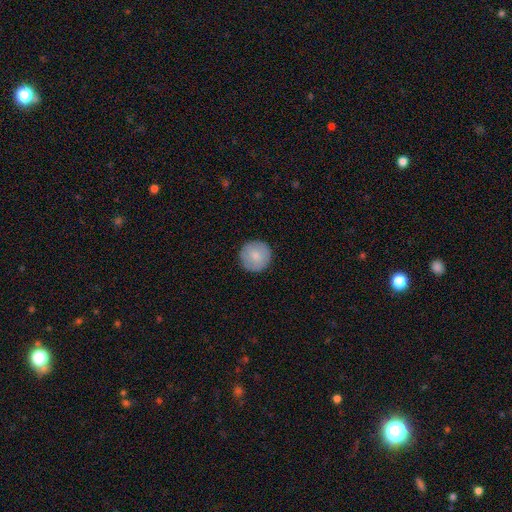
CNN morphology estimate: Smooth or featured: smooth — 81% (featured or disk — 13%)
How rounded: round — 96% (in between — 3%)
Merging: none — 90% (minor disturbance — 7%)